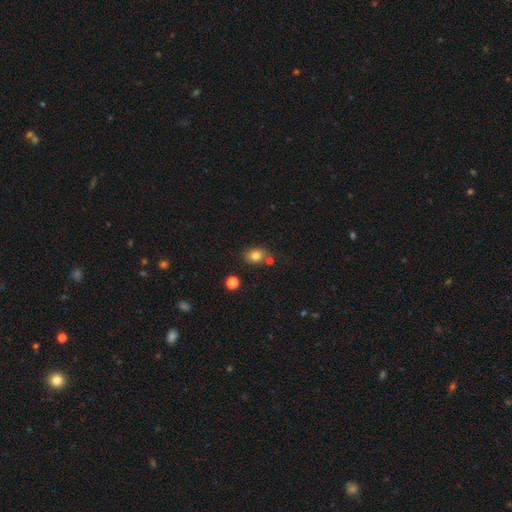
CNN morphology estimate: smooth-or-featured: smooth: 80% | star or artifact: 12% | featured or disk: 8%
  how-rounded: round: 50% | in between: 49% | cigar-shaped: 1%
  merging: none: 72% | merger: 13% | minor disturbance: 12% | major disturbance: 3%